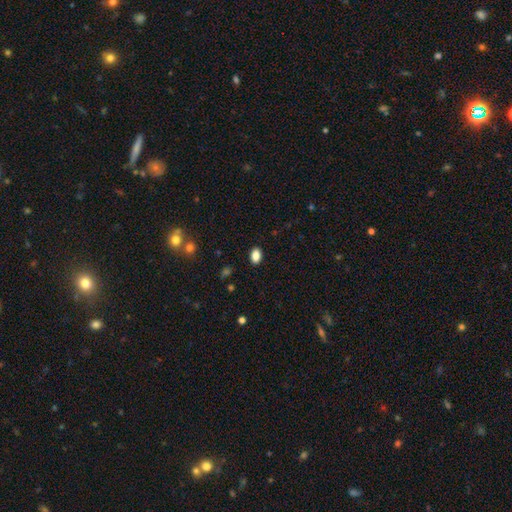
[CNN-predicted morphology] A smooth galaxy with no disk features (87%) that is in between round and cigar-shaped (86%). Merging: none (89%).